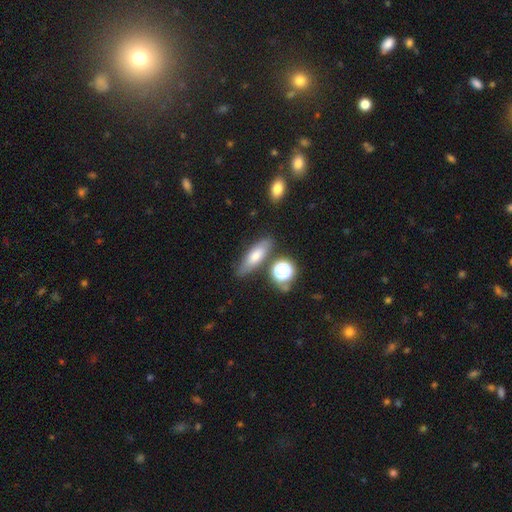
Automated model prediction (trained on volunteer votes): This is likely a smooth galaxy (62%). How rounded: possibly in between (50%). Merging: likely none (74%).